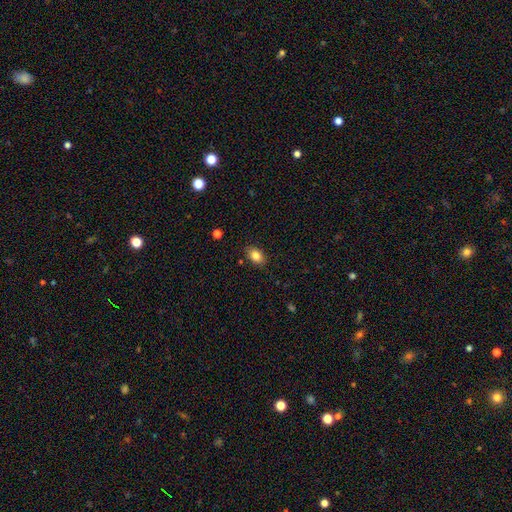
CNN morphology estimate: A smooth galaxy with no disk features (84%) that is in between round and cigar-shaped (82%).

Vote fractions:
- Smooth or featured? smooth: 84% / star or artifact: 9% / featured or disk: 7%
- How rounded? in between: 82% / round: 17% / cigar-shaped: 1%
- Merging? none: 85% / minor disturbance: 11% / major disturbance: 2% / merger: 1%